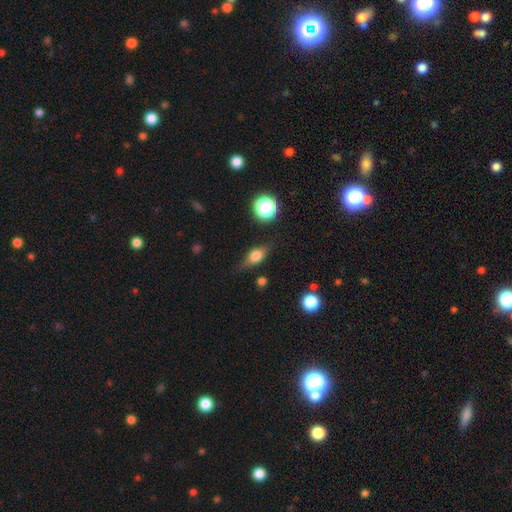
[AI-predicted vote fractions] Morphology: type=smooth (57%); roundness=in between (66%); merging=none (74%).